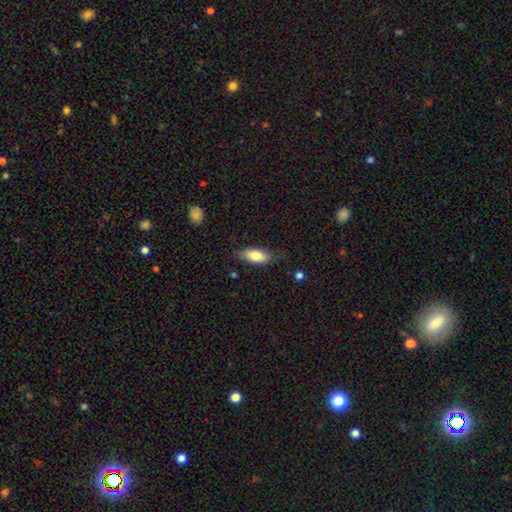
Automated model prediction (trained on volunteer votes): The model was most divided on "merging": none: 74%, minor disturbance: 20%, major disturbance: 5%, merger: 1%. More confident: how rounded — in between (84%); smooth or featured — smooth (79%).